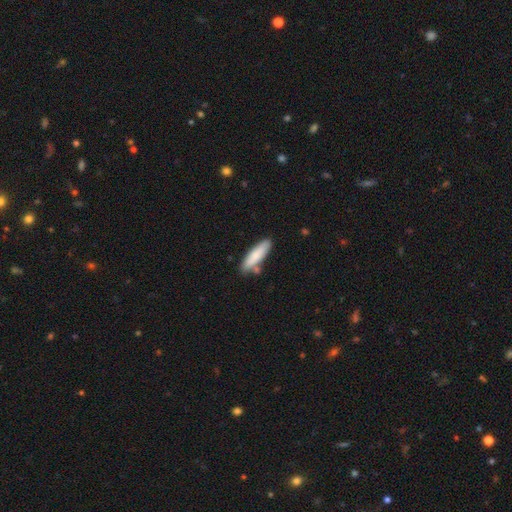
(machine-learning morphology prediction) A smooth galaxy with no disk features (83%) that is cigar-shaped (66%).

Vote fractions:
- Smooth or featured? smooth: 83% / featured or disk: 12% / star or artifact: 5%
- How rounded? cigar-shaped: 66% / in between: 33% / round: 1%
- Merging? none: 77% / minor disturbance: 13% / merger: 7% / major disturbance: 3%